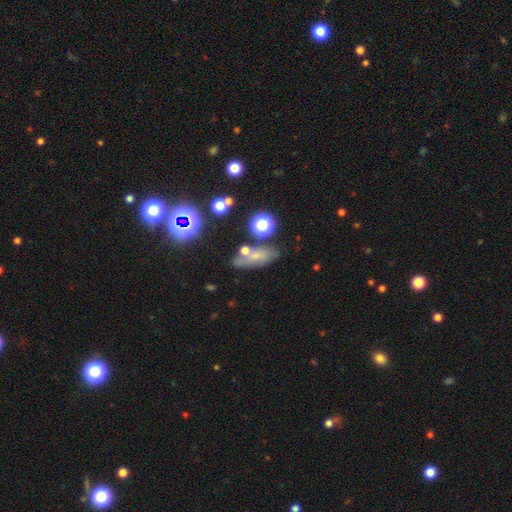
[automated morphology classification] Smooth or featured? Predicted: smooth (p=0.58). How rounded? Predicted: in between (p=0.64). Merging? Predicted: none (p=0.62).